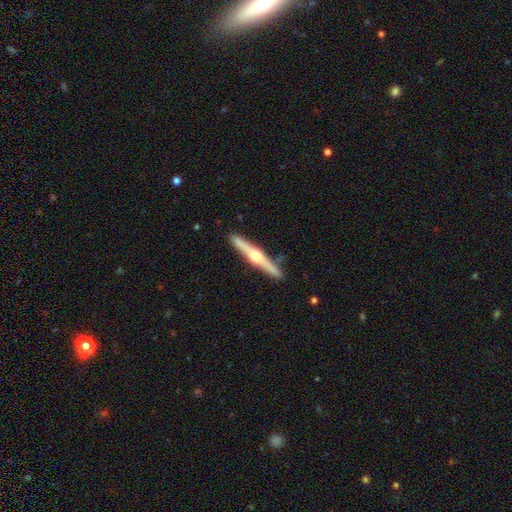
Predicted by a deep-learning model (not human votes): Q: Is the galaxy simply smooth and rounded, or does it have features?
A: featured or disk — 77%.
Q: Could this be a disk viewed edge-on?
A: yes — 98%.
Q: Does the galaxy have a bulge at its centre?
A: rounded — 92%.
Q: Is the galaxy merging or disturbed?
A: none — 90%.